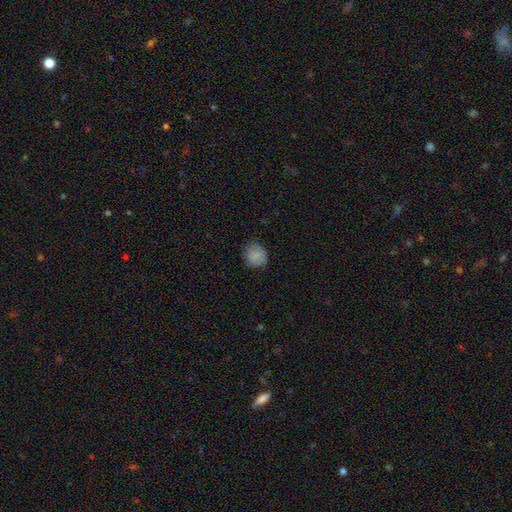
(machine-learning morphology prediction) Smooth or featured? smooth (83%)
How rounded? round (82%)
Merging? none (81%)